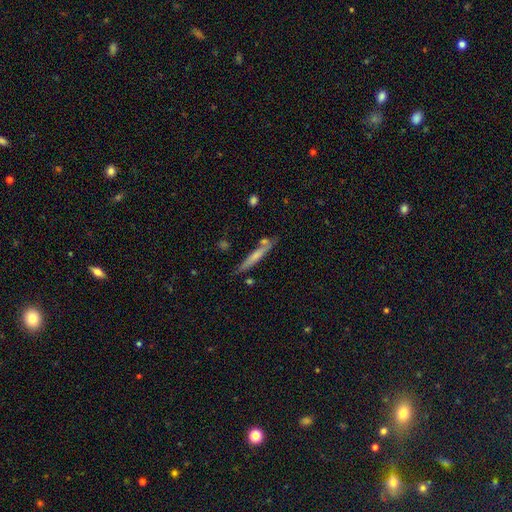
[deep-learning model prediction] Smooth or featured? smooth (54%)
How rounded? cigar-shaped (94%)
Merging? none (76%)